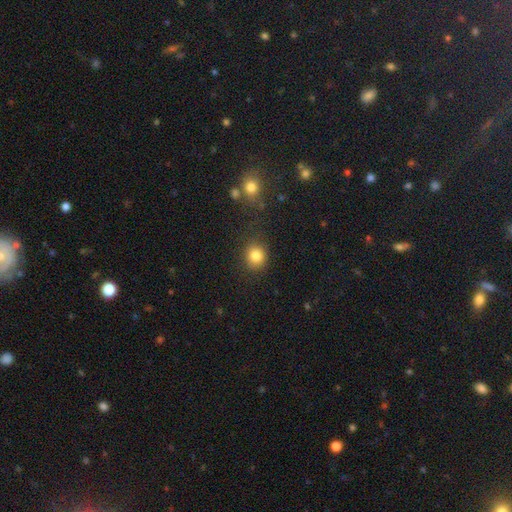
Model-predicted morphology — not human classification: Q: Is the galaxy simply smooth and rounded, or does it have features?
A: smooth — 83%.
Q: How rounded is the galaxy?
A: round — 80%.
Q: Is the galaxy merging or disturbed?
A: none — 83%.